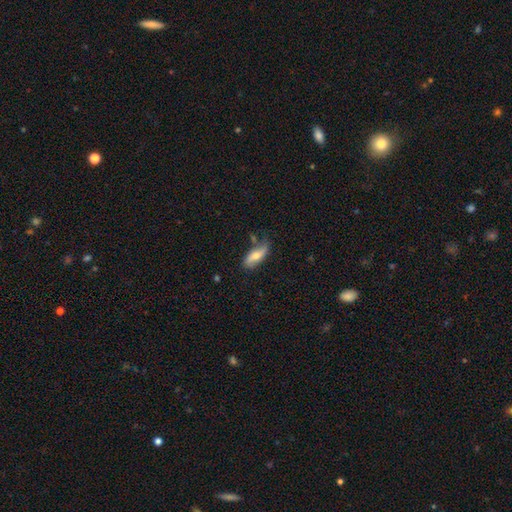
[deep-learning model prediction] This appears to be a smooth galaxy with no disk features (55%) that is in between round and cigar-shaped (71%). Merging: none (64%).